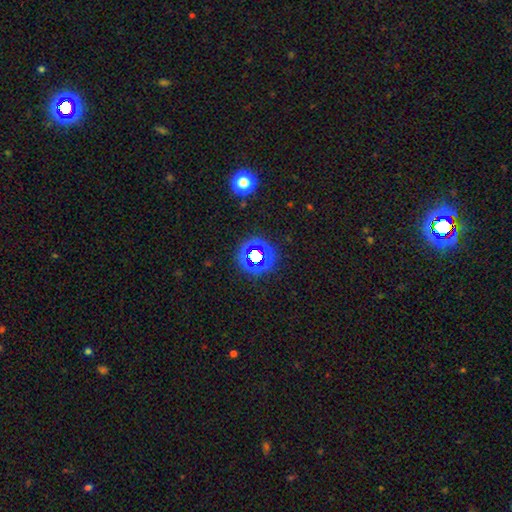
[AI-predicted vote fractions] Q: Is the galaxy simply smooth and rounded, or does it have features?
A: star or artifact — 66%.